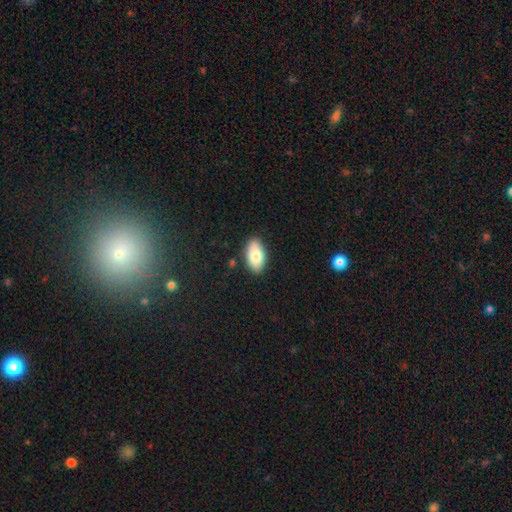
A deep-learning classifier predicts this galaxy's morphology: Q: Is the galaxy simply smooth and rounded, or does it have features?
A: smooth — 82%.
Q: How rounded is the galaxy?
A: in between — 94%.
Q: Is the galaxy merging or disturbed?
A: none — 87%.